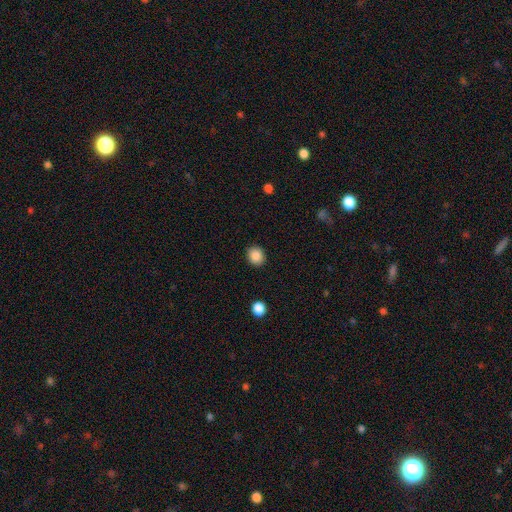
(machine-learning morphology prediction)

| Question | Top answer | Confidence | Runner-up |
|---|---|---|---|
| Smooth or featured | smooth | 88% | star or artifact (9%) |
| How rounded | round | 75% | in between (24%) |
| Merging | none | 90% | minor disturbance (6%) |